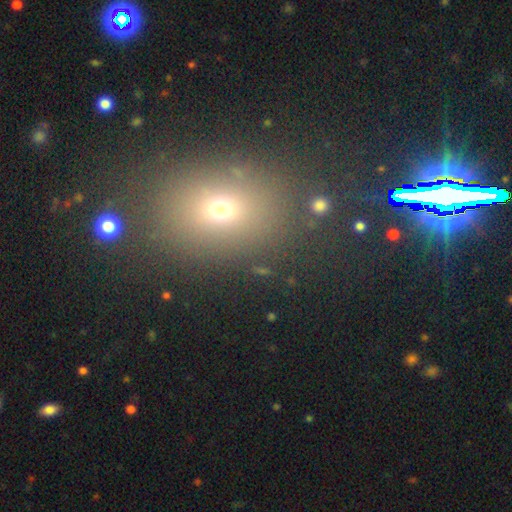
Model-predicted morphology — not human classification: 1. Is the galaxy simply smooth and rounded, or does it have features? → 52% smooth, 36% star or artifact, 12% featured or disk.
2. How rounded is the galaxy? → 56% in between, 42% round, 2% cigar-shaped.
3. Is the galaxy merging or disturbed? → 84% none, 8% minor disturbance, 4% major disturbance, 4% merger.